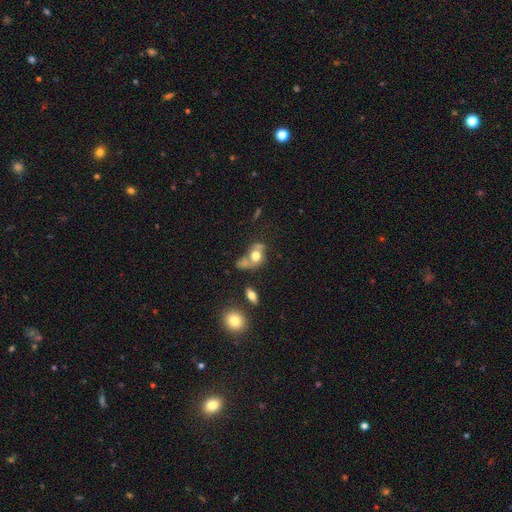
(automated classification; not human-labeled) Smooth or featured?
  - smooth: 51% *
  - featured or disk: 37%
  - star or artifact: 12%
How rounded?
  - in between: 55% *
  - round: 43%
  - cigar-shaped: 3%
Merging?
  - merger: 29% *
  - none: 28%
  - major disturbance: 24%
  - minor disturbance: 19%